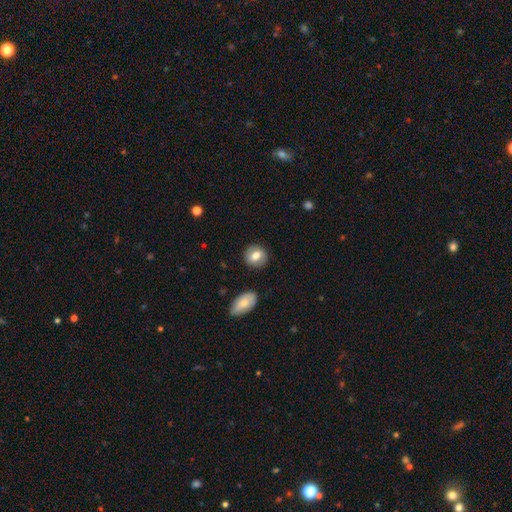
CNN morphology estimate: smooth 73%, featured or disk 20%, star or artifact 7%. Down the decision tree: how rounded — round (73%); merging — none (85%).